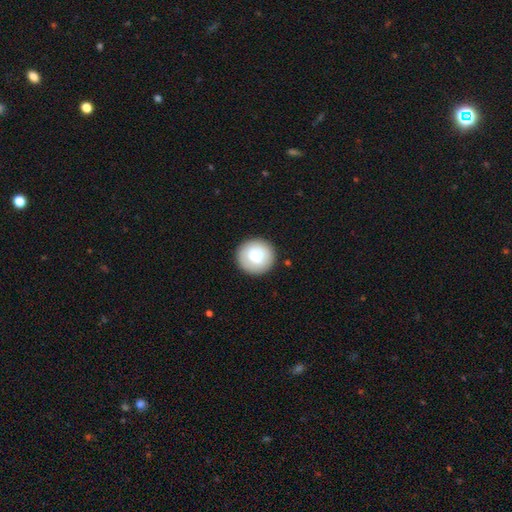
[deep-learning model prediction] smooth_or_featured: smooth (p=0.75) [alt: featured or disk p=0.19]
how_rounded: round (p=0.93) [alt: in between p=0.06]
merging: none (p=0.86) [alt: minor disturbance p=0.09]